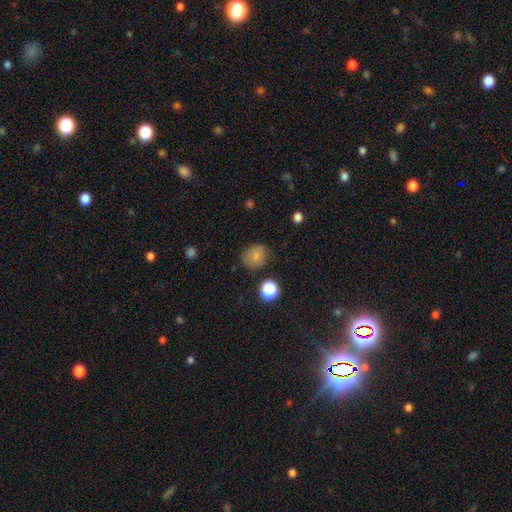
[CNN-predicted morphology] A smooth galaxy with no disk features (79%) that is round (69%). Merging: none (78%).